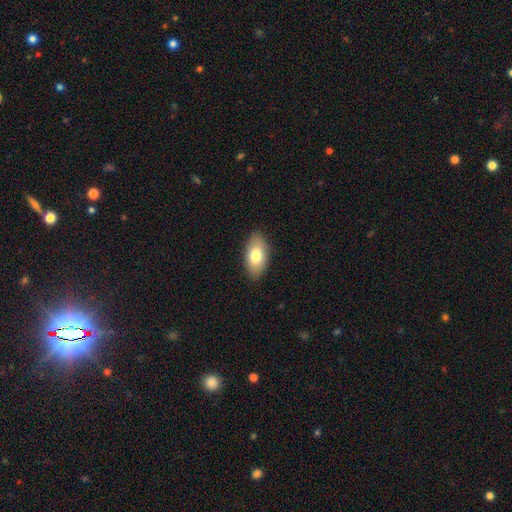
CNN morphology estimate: smooth 77%, featured or disk 17%, star or artifact 7%. Down the decision tree: how rounded — in between (93%); merging — none (87%).